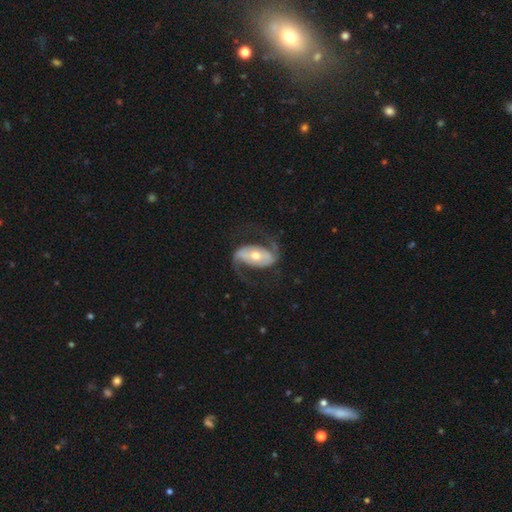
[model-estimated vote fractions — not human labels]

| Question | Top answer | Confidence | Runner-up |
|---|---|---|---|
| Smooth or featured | featured or disk | 85% | smooth (10%) |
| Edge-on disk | no | 96% | yes (4%) |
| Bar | strong | 39% | no (32%) |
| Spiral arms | yes | 94% | no (6%) |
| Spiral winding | loose | 46% | medium (42%) |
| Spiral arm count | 2 | 93% | can't tell (2%) |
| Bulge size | moderate | 64% | small (27%) |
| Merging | none | 72% | major disturbance (14%) |